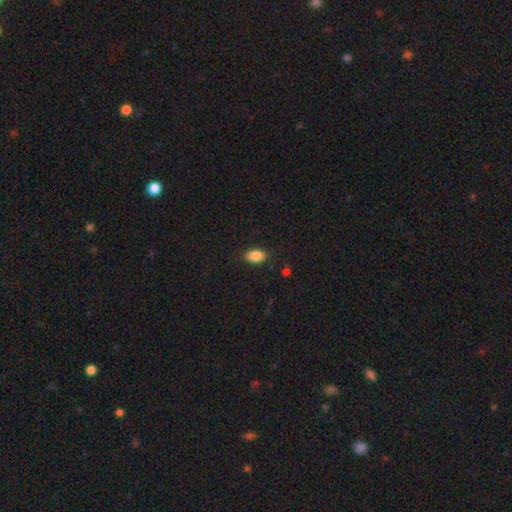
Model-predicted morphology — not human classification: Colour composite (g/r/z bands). It shows a smooth galaxy with no disk features (86%) that is in between round and cigar-shaped (89%). Merging: none (86%).